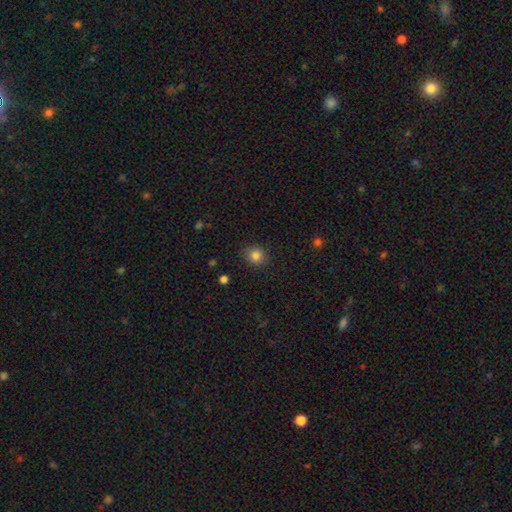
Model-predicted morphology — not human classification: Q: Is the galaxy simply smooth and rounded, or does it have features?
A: smooth — 84%.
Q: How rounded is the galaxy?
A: round — 80%.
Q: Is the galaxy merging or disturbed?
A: none — 87%.